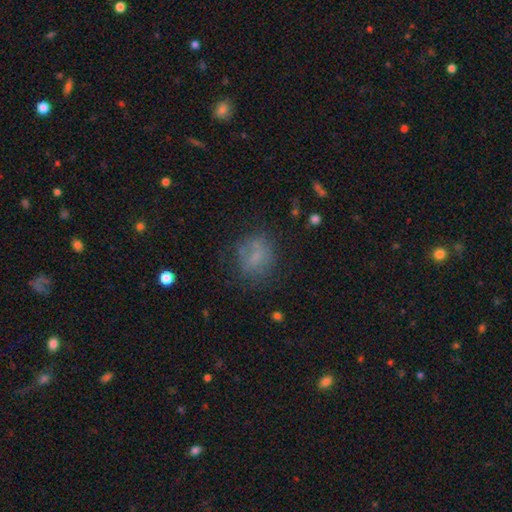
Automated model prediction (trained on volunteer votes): Smooth or featured? Predicted: smooth (p=0.62). How rounded? Predicted: round (p=0.61). Merging? Predicted: none (p=0.60).